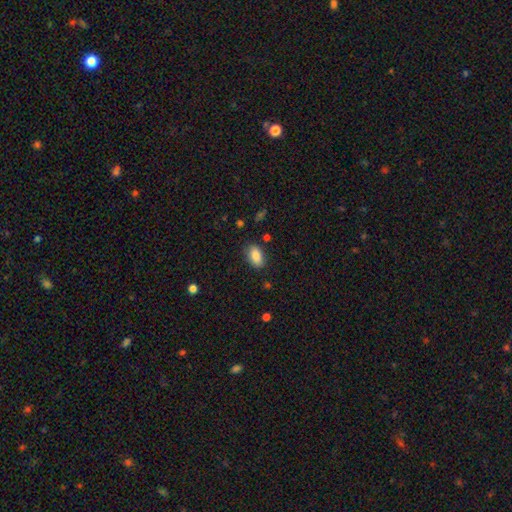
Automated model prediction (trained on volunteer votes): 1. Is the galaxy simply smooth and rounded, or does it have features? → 87% smooth, 8% star or artifact, 5% featured or disk.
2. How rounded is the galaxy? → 92% in between, 5% round, 3% cigar-shaped.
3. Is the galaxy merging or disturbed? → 84% none, 12% minor disturbance, 3% major disturbance, 2% merger.